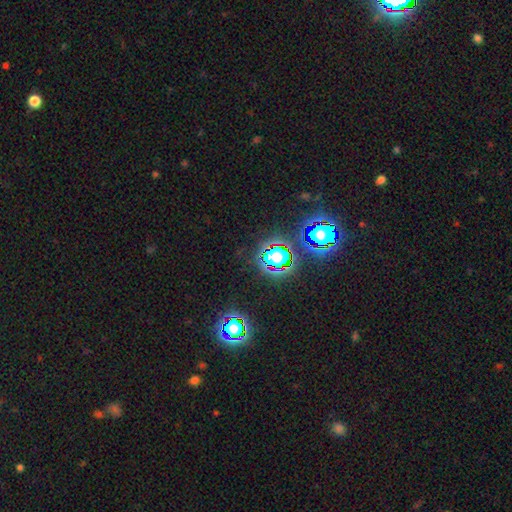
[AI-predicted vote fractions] star or artifact 80%, smooth 13%, featured or disk 7%.